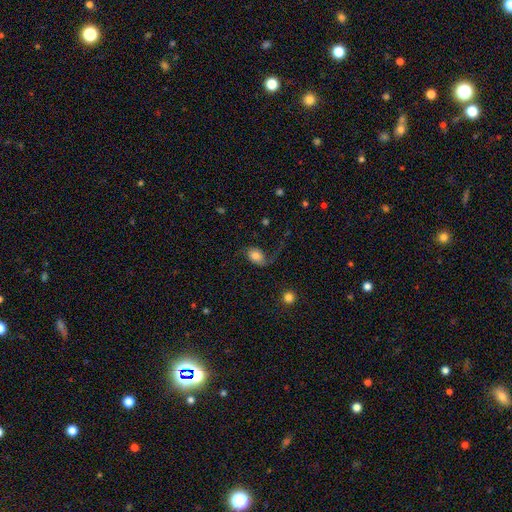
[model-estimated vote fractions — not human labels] A featured or disk galaxy (48%). Merging: none (46%).